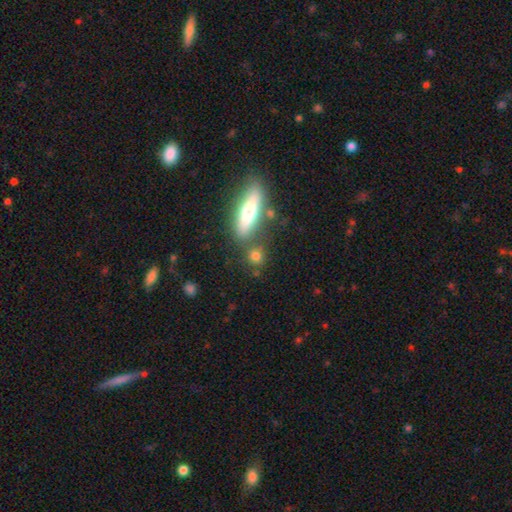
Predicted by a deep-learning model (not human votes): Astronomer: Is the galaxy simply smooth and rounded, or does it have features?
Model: smooth — 74%.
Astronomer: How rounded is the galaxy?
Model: round — 61%.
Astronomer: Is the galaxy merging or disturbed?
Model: none — 70%.